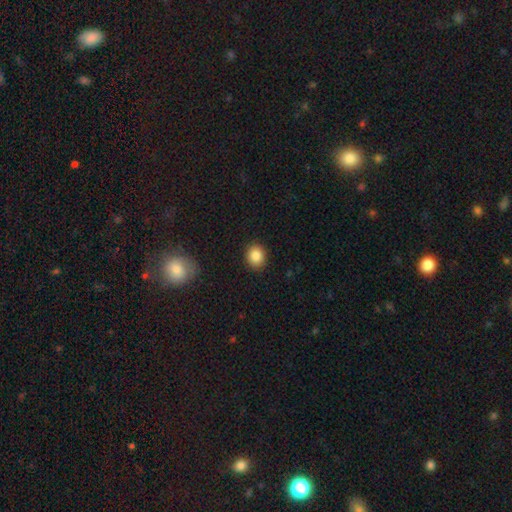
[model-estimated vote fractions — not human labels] Smooth or featured? smooth (86%)
How rounded? round (70%)
Merging? none (90%)